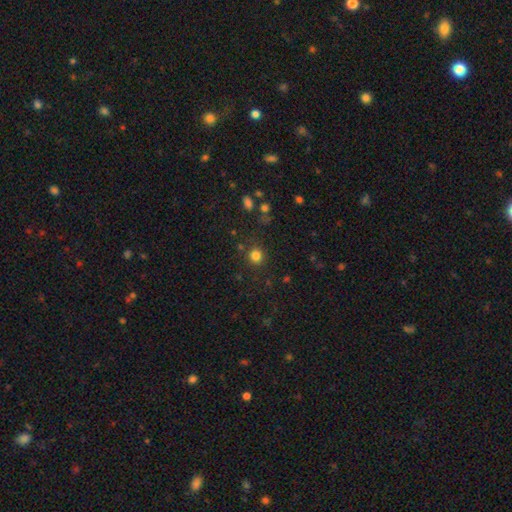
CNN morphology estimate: A smooth galaxy with no disk features (81%) that is round (89%). Merging: none (85%).